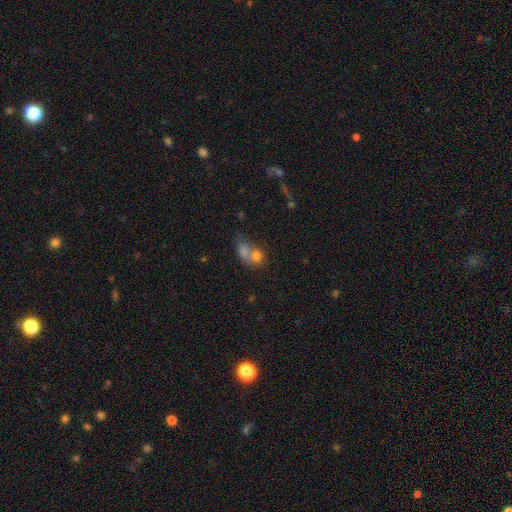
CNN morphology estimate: Overall: smooth (73%). How rounded: in between (50%; round 48%). Merging: merger (67%).